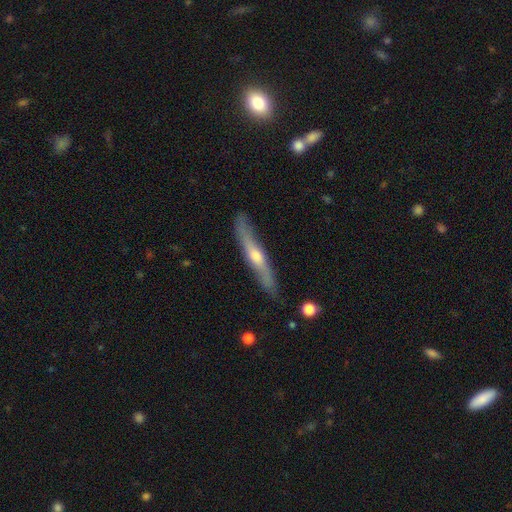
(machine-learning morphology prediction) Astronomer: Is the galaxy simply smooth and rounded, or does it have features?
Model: featured or disk — 67%.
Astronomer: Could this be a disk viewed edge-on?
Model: yes — 88%.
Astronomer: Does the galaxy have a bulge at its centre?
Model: rounded — 83%.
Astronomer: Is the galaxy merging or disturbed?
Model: none — 84%.